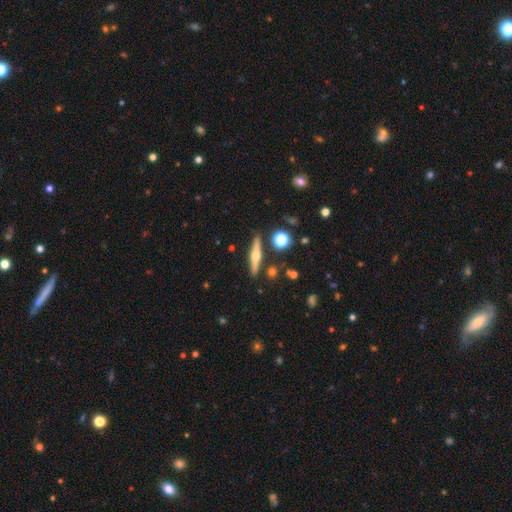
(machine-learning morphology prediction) This appears to be a featured or disk galaxy (63%) viewed edge-on (95%) with a rounded central bulge (93%). Merging: none (87%).